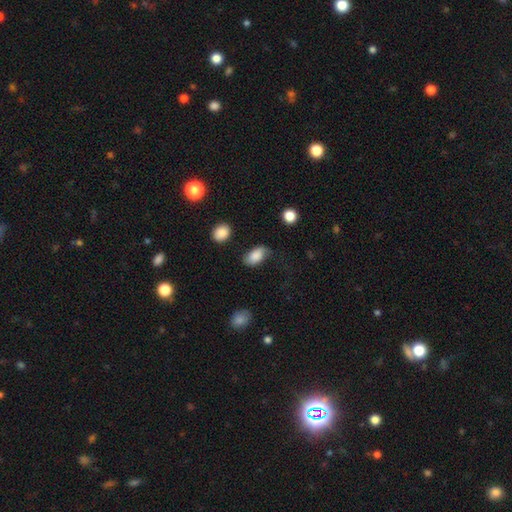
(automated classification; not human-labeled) Q: Smooth or featured?
A: smooth (74%); runner-up: featured or disk (17%)
Q: How rounded?
A: in between (91%); runner-up: round (7%)
Q: Merging?
A: none (62%); runner-up: minor disturbance (26%)